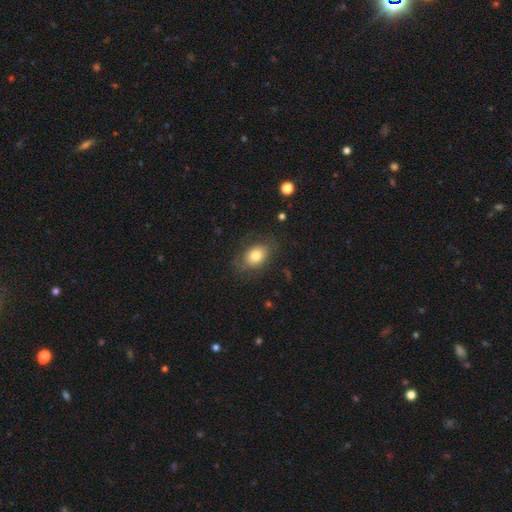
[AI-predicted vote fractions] Smooth or featured: smooth — 77% (featured or disk — 14%)
How rounded: in between — 74% (round — 25%)
Merging: none — 76% (minor disturbance — 16%)